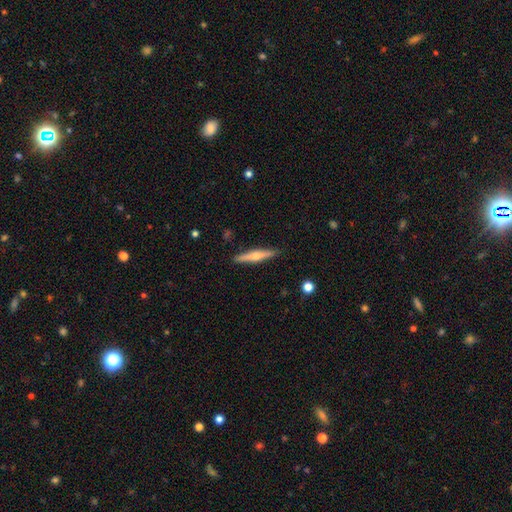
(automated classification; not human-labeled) This appears to be a featured or disk galaxy (60%) viewed edge-on (97%) with a rounded central bulge (90%). Merging: none (90%).